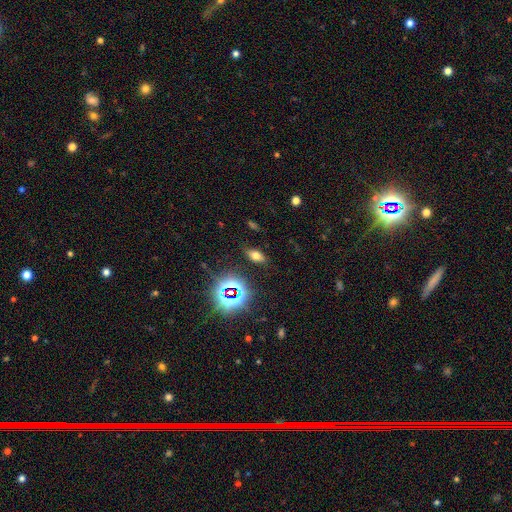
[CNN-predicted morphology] smooth 58%, star or artifact 27%, featured or disk 14%. Down the decision tree: how rounded — in between (84%); merging — none (86%).